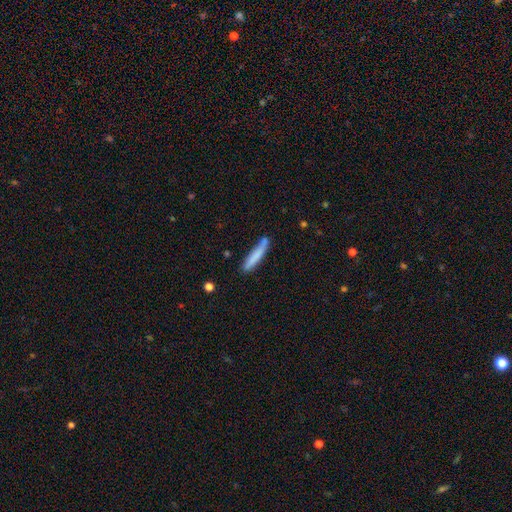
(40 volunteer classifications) Smooth or featured? 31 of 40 (78%) said smooth. How rounded? 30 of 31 (97%) said cigar-shaped. Merging? 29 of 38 (76%) said none.